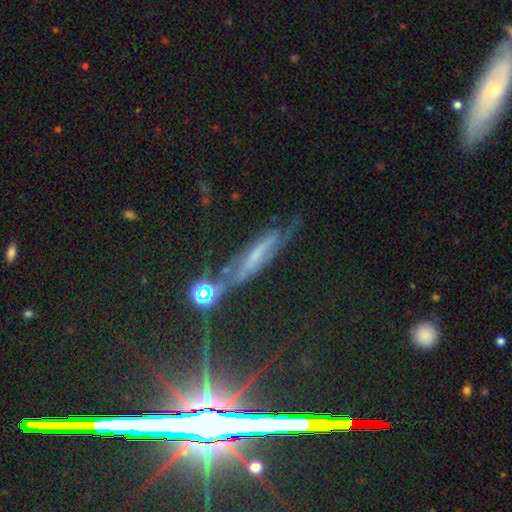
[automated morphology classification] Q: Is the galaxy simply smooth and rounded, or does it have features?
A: featured or disk — 54%.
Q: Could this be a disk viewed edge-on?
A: yes — 54%.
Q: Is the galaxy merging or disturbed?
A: none — 51%.